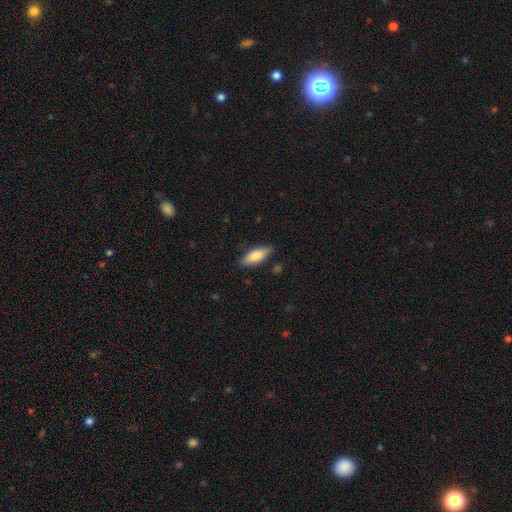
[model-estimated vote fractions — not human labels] A smooth galaxy with no disk features (81%) that is in between round and cigar-shaped (74%). Merging: none (82%).